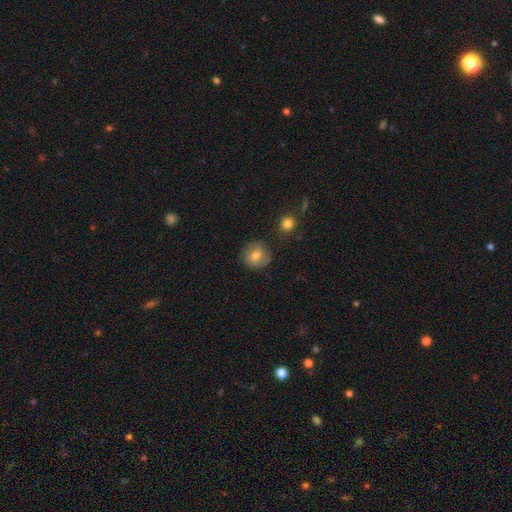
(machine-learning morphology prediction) Smooth or featured? Predicted: smooth (p=0.71). How rounded? Predicted: round (p=0.89). Merging? Predicted: none (p=0.81).